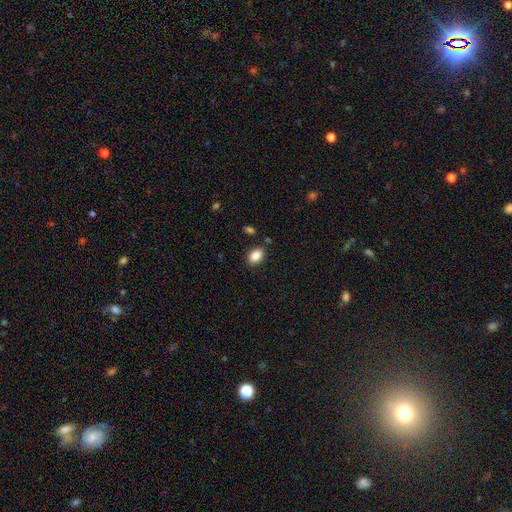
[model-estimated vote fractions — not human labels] Smooth or featured: smooth — 87% (star or artifact — 8%)
How rounded: in between — 85% (round — 13%)
Merging: none — 85% (minor disturbance — 10%)